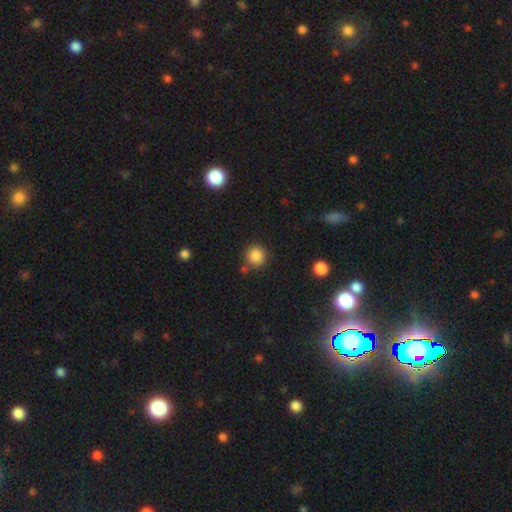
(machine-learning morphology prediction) This is clearly a smooth galaxy (86%). How rounded: clearly round (92%). Merging: likely none (78%).